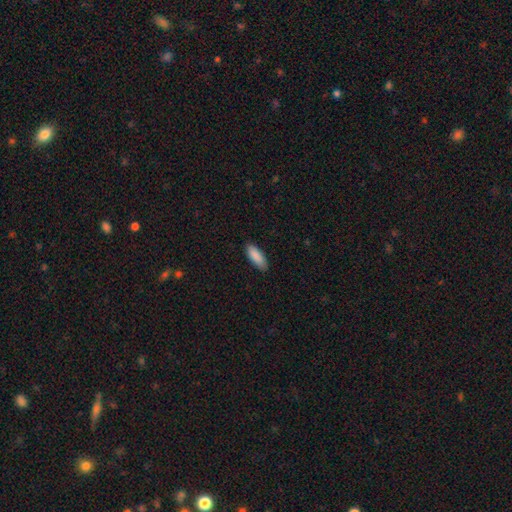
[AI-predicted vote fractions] smooth-or-featured: smooth: 90% | star or artifact: 6% | featured or disk: 5%
  how-rounded: in between: 70% | cigar-shaped: 29% | round: 2%
  merging: none: 86% | minor disturbance: 11% | major disturbance: 2% | merger: 1%